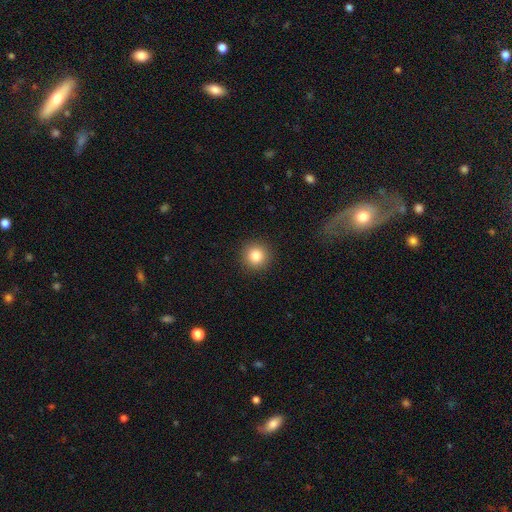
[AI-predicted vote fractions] smooth-or-featured: smooth: 84% | star or artifact: 10% | featured or disk: 6%
  how-rounded: round: 94% | in between: 5% | cigar-shaped: 1%
  merging: none: 92% | minor disturbance: 5% | major disturbance: 2% | merger: 1%